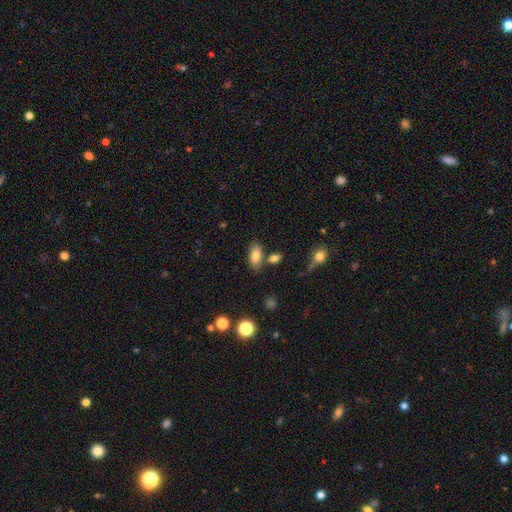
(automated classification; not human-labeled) smooth_or_featured: smooth (p=0.82) [alt: featured or disk p=0.10]
how_rounded: in between (p=0.89) [alt: cigar-shaped p=0.08]
merging: none (p=0.71) [alt: merger p=0.13]